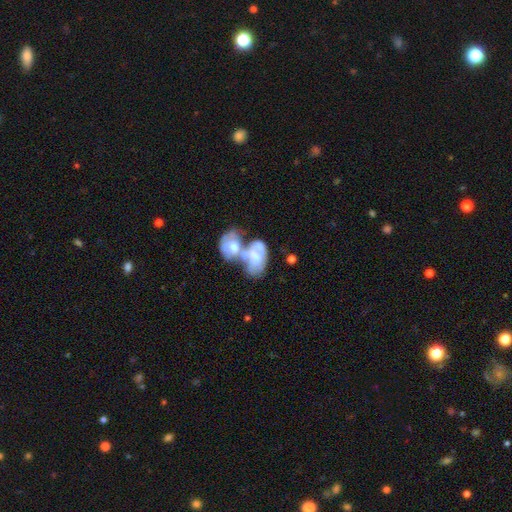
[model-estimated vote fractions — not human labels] This appears to be a featured or disk galaxy (54%) with no bar (78%), no spiral arms (63%) and a moderate central bulge (53%). Merging: merger (75%).